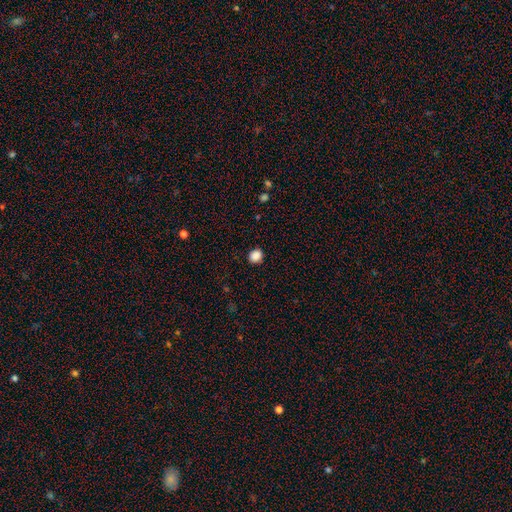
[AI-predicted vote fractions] The model was most divided on "how rounded": round: 77%, in between: 22%, cigar-shaped: 1%. More confident: merging — none (89%); smooth or featured — smooth (87%).